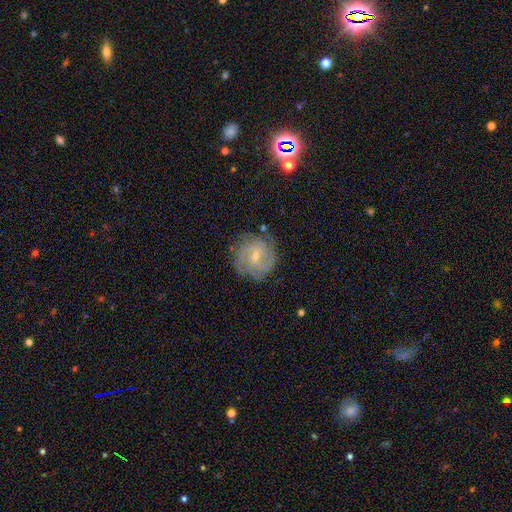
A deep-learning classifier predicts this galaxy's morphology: This is likely a featured or disk galaxy (72%). It is clearly not viewed edge-on (97%). Bar: possibly weak (51%). Spiral arm pattern: clearly yes (90%). Spiral arm count: marginally can't tell (37%). Spiral winding: possibly tight (56%). Central bulge: likely small (64%). Merging: likely none (79%).